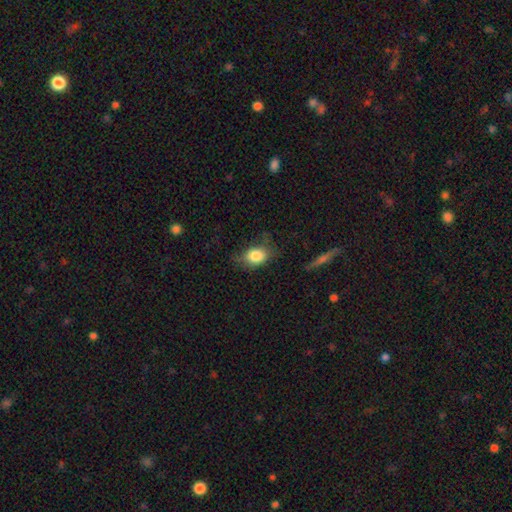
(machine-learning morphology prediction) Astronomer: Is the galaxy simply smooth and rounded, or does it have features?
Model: smooth — 83%.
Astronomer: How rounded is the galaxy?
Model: in between — 72%.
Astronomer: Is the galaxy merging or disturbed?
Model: none — 56%.